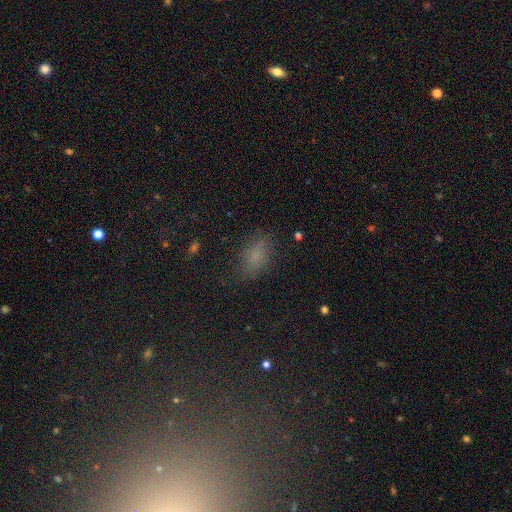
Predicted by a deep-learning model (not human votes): Smooth or featured? Predicted: smooth (p=0.67). How rounded? Predicted: in between (p=0.87). Merging? Predicted: none (p=0.70).